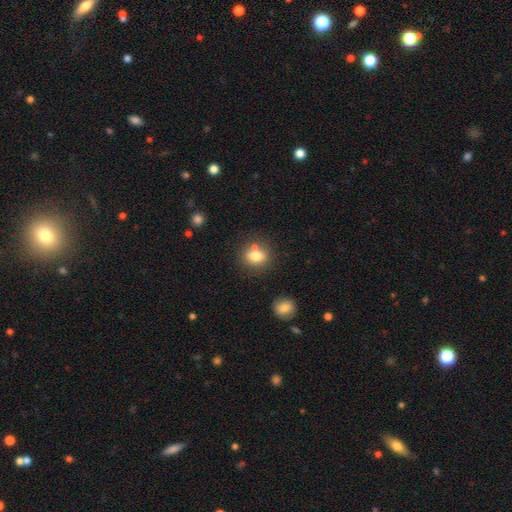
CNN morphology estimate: Smooth or featured? Predicted: smooth (p=0.78). How rounded? Predicted: round (p=0.63). Merging? Predicted: none (p=0.64).